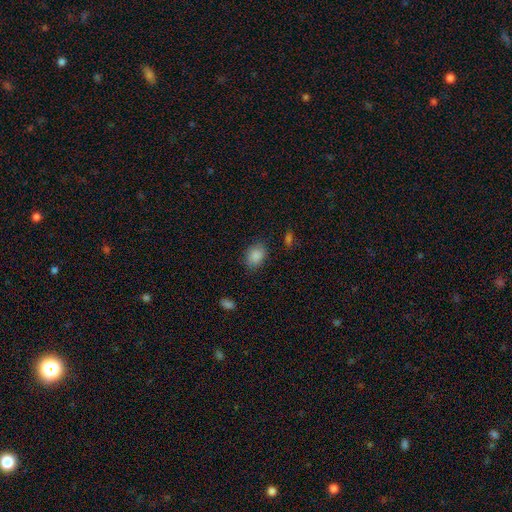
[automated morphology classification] smooth_or_featured: smooth (p=0.87) [alt: star or artifact p=0.08]
how_rounded: in between (p=0.68) [alt: round p=0.31]
merging: none (p=0.81) [alt: minor disturbance p=0.14]